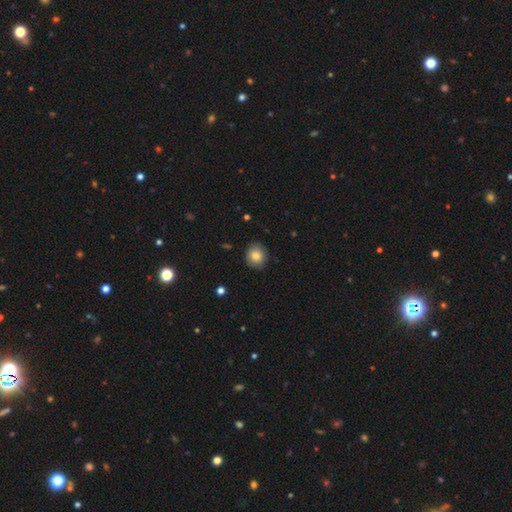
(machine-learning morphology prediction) The model was most divided on "how rounded": round: 78%, in between: 21%, cigar-shaped: 1%. More confident: merging — none (86%); smooth or featured — smooth (81%).